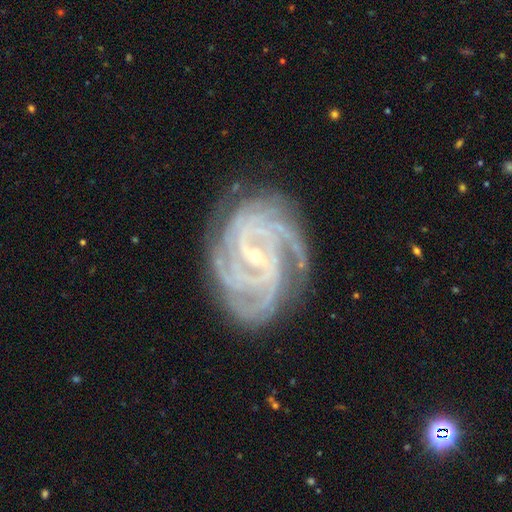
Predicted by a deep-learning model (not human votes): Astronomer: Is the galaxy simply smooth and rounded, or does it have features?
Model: featured or disk — 92%.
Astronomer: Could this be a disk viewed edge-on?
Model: no — 98%.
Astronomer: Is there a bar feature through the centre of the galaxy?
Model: weak — 42% (runner-up: strong, 31%).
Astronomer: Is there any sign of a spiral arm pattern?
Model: yes — 99%.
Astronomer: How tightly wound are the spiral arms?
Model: tight — 72%.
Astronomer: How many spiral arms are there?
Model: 4 — 30% (runner-up: 3, 24%).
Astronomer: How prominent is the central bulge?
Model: small — 77%.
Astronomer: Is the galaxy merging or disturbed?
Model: none — 78%.